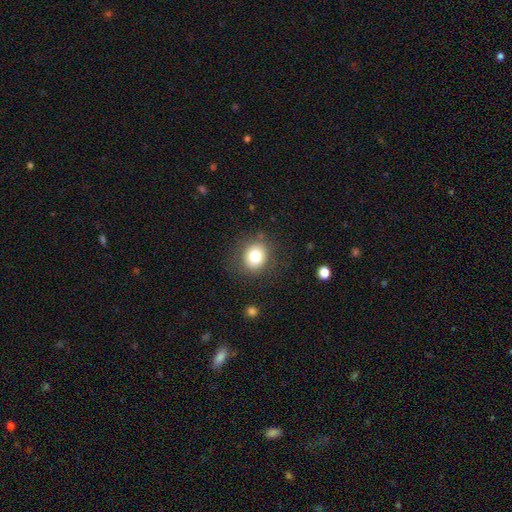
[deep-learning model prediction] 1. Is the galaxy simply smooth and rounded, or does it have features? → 78% smooth, 12% star or artifact, 10% featured or disk.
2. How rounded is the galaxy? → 77% round, 22% in between, 1% cigar-shaped.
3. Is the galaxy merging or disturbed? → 85% none, 10% minor disturbance, 4% major disturbance, 1% merger.